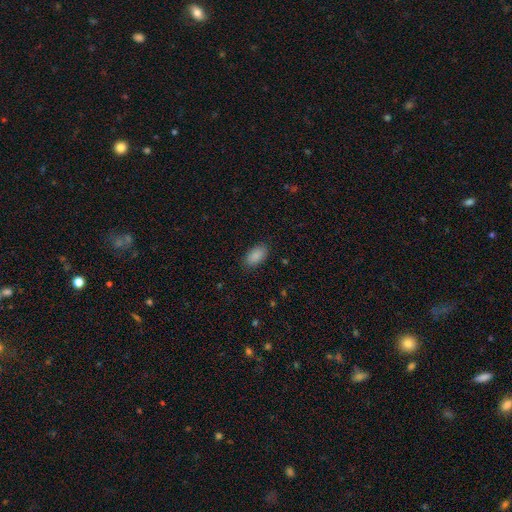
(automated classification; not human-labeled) Smooth or featured: smooth — 89% (star or artifact — 7%)
How rounded: in between — 94% (round — 4%)
Merging: none — 86% (minor disturbance — 10%)